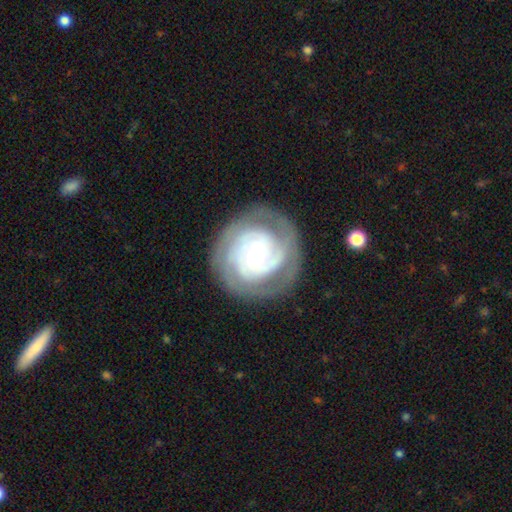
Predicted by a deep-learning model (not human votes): Overall: featured or disk (83%). Edge-on disk: no (97%). Bar: no (71%). Spiral arms: yes (92%). Spiral arm count: can't tell (29%; 2 26%). Spiral winding: tight (76%). Bulge size: moderate (68%). Merging: none (80%).